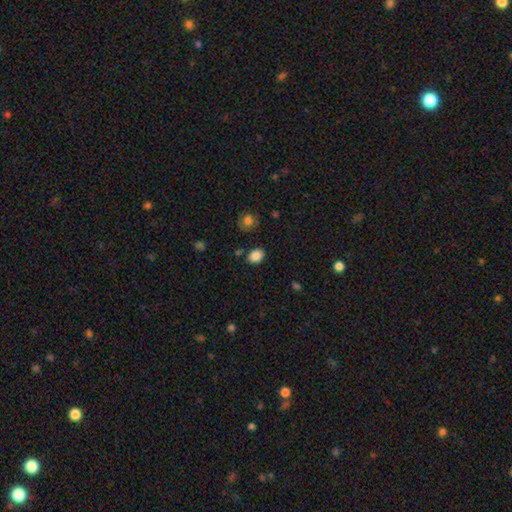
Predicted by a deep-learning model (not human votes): This appears to be a smooth galaxy with no disk features (86%) that is in between round and cigar-shaped (67%). Merging: none (81%).